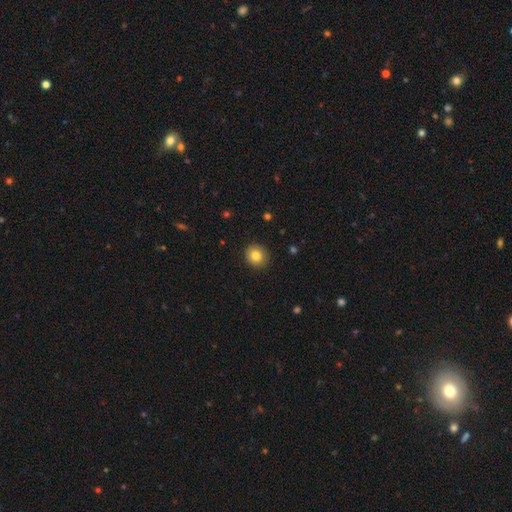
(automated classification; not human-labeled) Smooth or featured?
  - smooth: 82% *
  - star or artifact: 10%
  - featured or disk: 9%
How rounded?
  - round: 85% *
  - in between: 14%
  - cigar-shaped: 1%
Merging?
  - none: 90% *
  - minor disturbance: 7%
  - major disturbance: 2%
  - merger: 1%